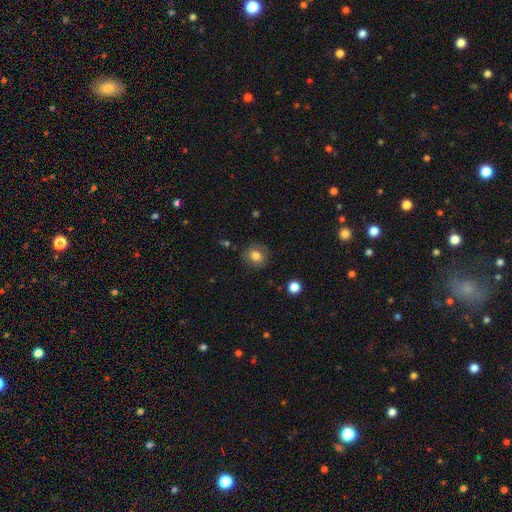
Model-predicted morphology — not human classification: smooth_or_featured: smooth (p=0.78) [alt: featured or disk p=0.12]
how_rounded: round (p=0.61) [alt: in between p=0.38]
merging: none (p=0.81) [alt: minor disturbance p=0.13]